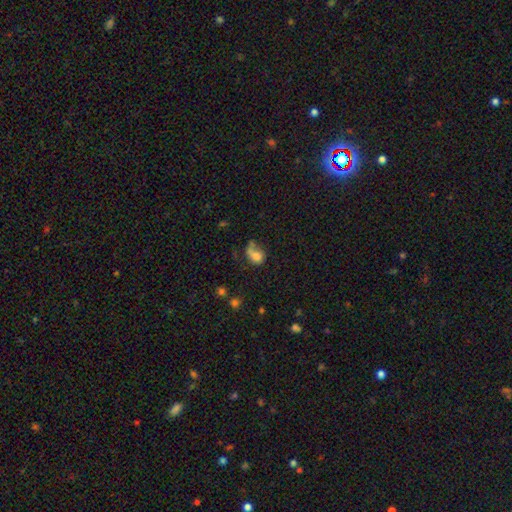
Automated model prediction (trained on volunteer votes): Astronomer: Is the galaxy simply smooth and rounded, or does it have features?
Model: smooth — 70%.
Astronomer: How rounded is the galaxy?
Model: in between — 68%.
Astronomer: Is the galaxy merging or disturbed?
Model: none — 29% (runner-up: major disturbance, 25%).